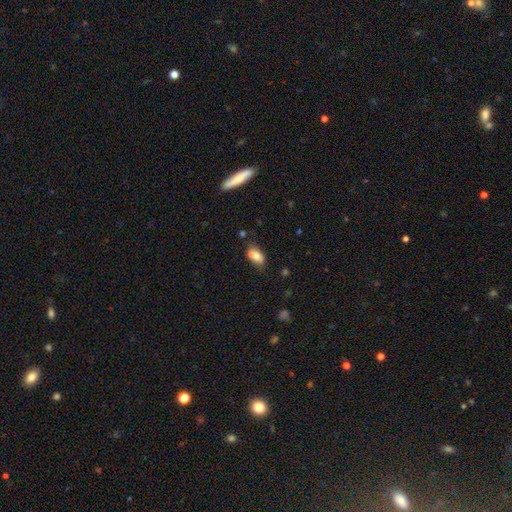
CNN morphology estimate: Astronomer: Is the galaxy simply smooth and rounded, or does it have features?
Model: smooth — 77%.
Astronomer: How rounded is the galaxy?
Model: in between — 89%.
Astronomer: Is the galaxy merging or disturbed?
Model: none — 65%.